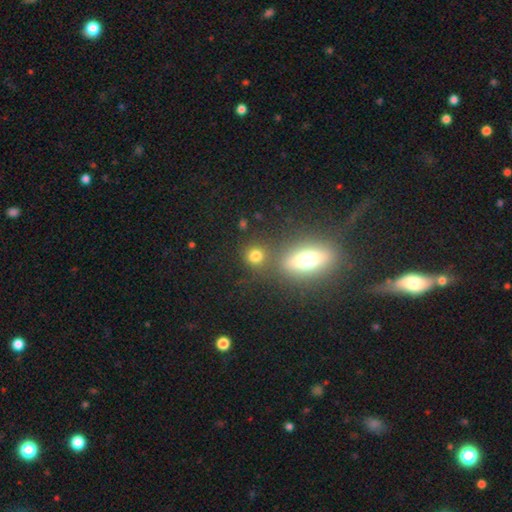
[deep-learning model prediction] Smooth or featured? Predicted: smooth (p=0.74). How rounded? Predicted: round (p=0.80). Merging? Predicted: none (p=0.68).